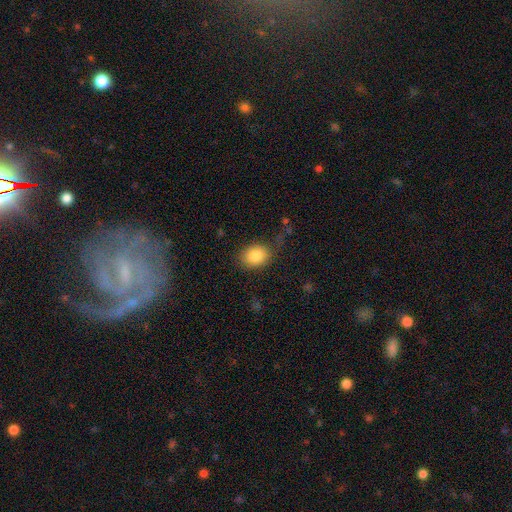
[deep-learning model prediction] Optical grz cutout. It shows a smooth galaxy with no disk features (85%) that is in between round and cigar-shaped (57%). Merging: none (73%).